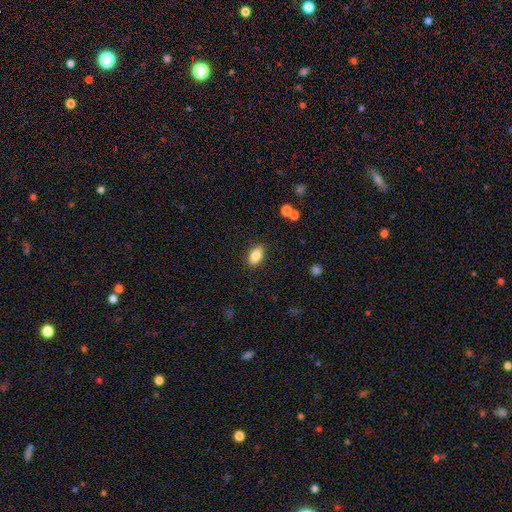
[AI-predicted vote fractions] Overall: smooth (82%). How rounded: in between (89%). Merging: none (87%).